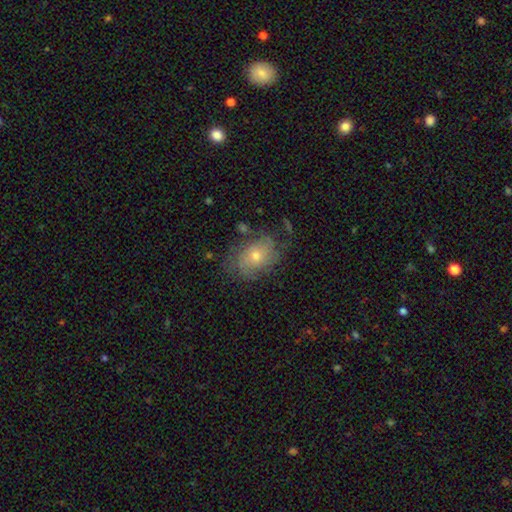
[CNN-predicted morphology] Smooth or featured?
  - smooth: 47% *
  - featured or disk: 42%
  - star or artifact: 11%
Merging?
  - none: 63% *
  - minor disturbance: 23%
  - major disturbance: 11%
  - merger: 3%